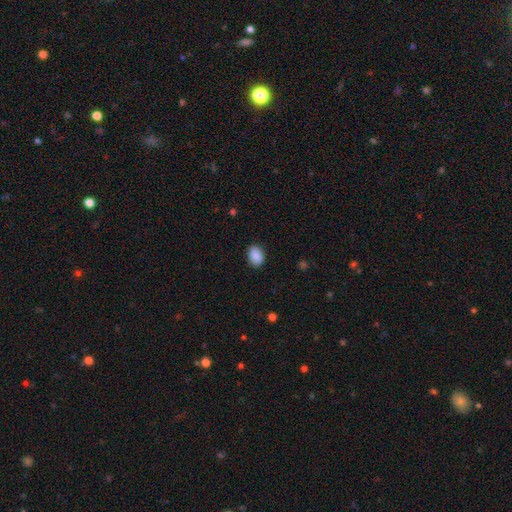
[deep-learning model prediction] smooth-or-featured: smooth: 90% | star or artifact: 7% | featured or disk: 3%
  how-rounded: in between: 78% | round: 21% | cigar-shaped: 1%
  merging: none: 87% | minor disturbance: 9% | major disturbance: 2% | merger: 1%